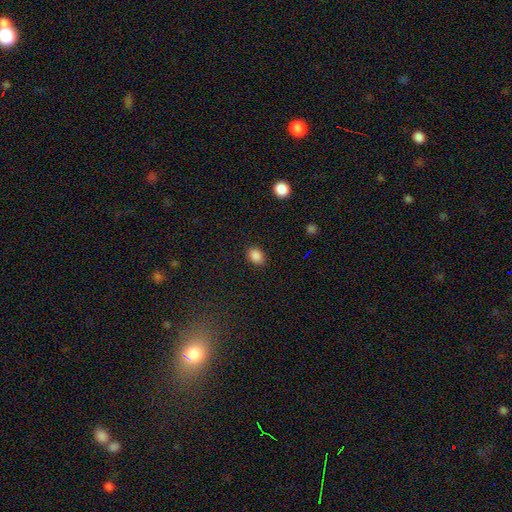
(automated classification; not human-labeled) Smooth or featured? Predicted: smooth (p=0.87). How rounded? Predicted: in between (p=0.69). Merging? Predicted: none (p=0.88).